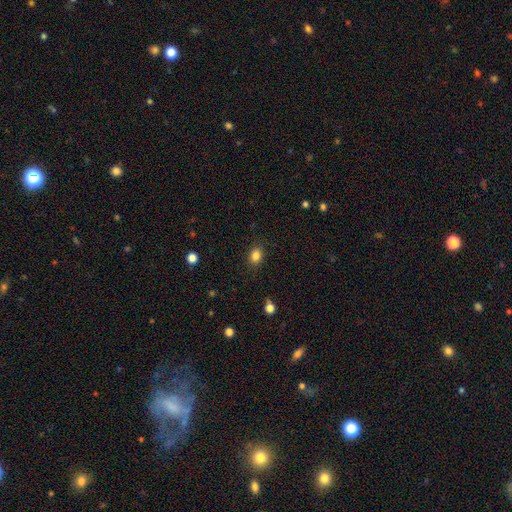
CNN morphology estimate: smooth-or-featured: smooth: 84% | star or artifact: 11% | featured or disk: 5%
  how-rounded: in between: 58% | round: 41% | cigar-shaped: 1%
  merging: none: 87% | minor disturbance: 10% | major disturbance: 3% | merger: 1%